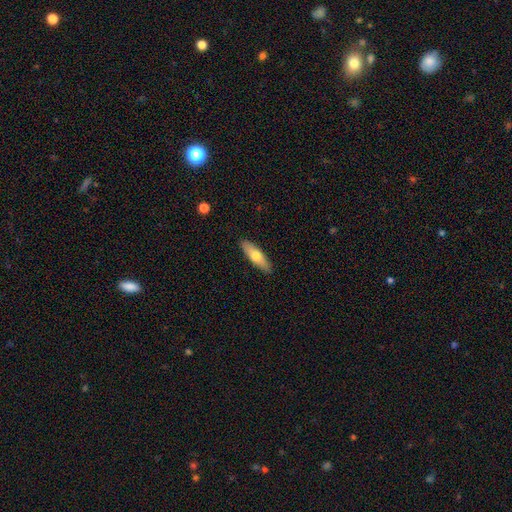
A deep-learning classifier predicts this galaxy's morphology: Overall: smooth (64%; featured or disk 31%). How rounded: cigar-shaped (54%; in between 44%). Merging: none (89%).